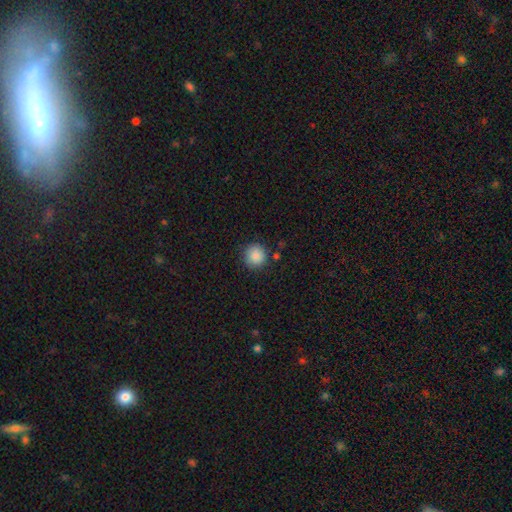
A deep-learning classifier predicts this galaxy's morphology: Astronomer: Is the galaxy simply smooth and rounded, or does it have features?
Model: smooth — 88%.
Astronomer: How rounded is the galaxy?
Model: round — 94%.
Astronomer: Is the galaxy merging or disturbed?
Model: none — 87%.